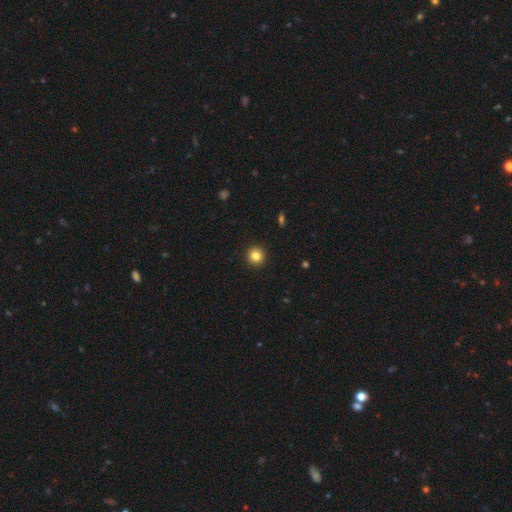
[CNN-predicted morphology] smooth 83%, star or artifact 11%, featured or disk 6%. Down the decision tree: how rounded — round (95%); merging — none (93%).